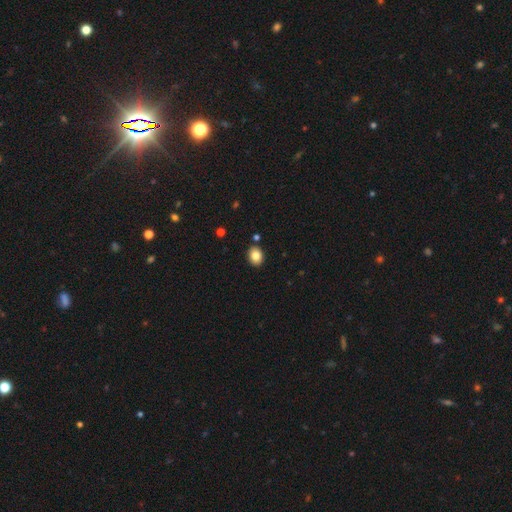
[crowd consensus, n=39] A smooth galaxy with no disk features (85%) that is round (52%).

Vote fractions:
- Smooth or featured? smooth: 85% / featured or disk: 10% / star or artifact: 5%
- How rounded? round: 52% / in between: 48% / cigar-shaped: 0%
- Merging? none: 81% / minor disturbance: 11% / merger: 5% / major disturbance: 3%